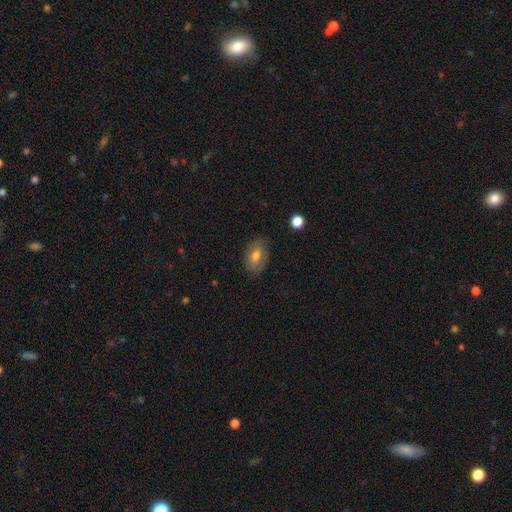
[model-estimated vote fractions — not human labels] A smooth galaxy with no disk features (62%) that is in between round and cigar-shaped (85%).

Vote fractions:
- Smooth or featured? smooth: 62% / featured or disk: 29% / star or artifact: 9%
- How rounded? in between: 85% / round: 13% / cigar-shaped: 2%
- Merging? none: 76% / minor disturbance: 18% / major disturbance: 5% / merger: 1%